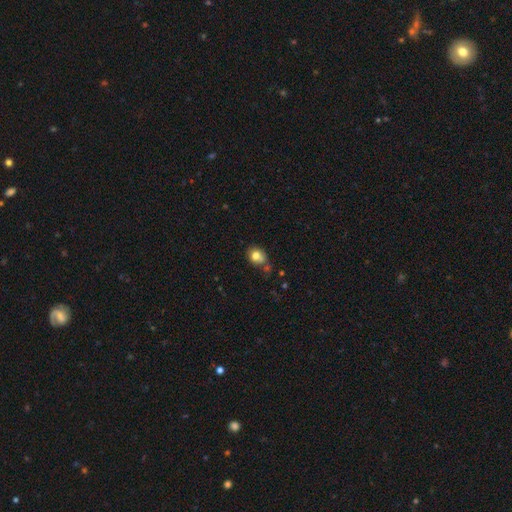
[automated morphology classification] Overall: smooth (78%). How rounded: round (55%; in between 44%). Merging: none (54%; minor disturbance 24%).